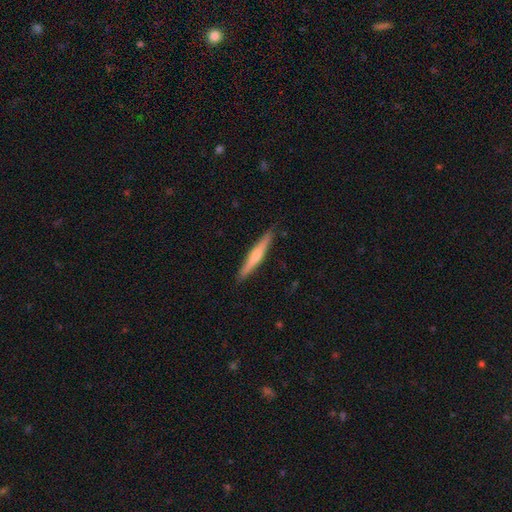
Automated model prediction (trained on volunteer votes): The model was most divided on "smooth or featured": featured or disk: 54%, smooth: 40%, star or artifact: 5%. More confident: edge-on disk — yes (97%); merging — none (90%); edge-on bulge — rounded (69%).